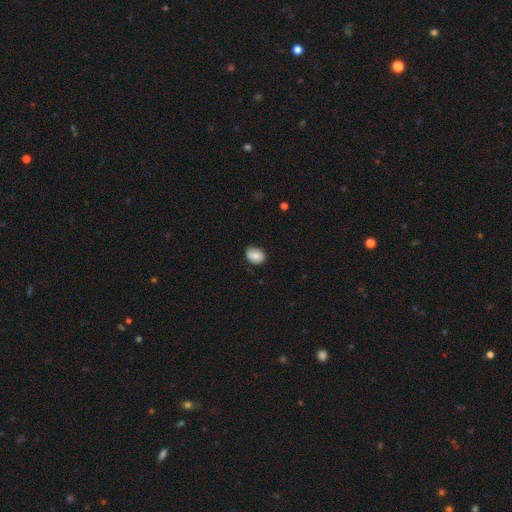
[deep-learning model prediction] Overall: smooth (73%). How rounded: in between (56%; round 43%). Merging: none (72%).